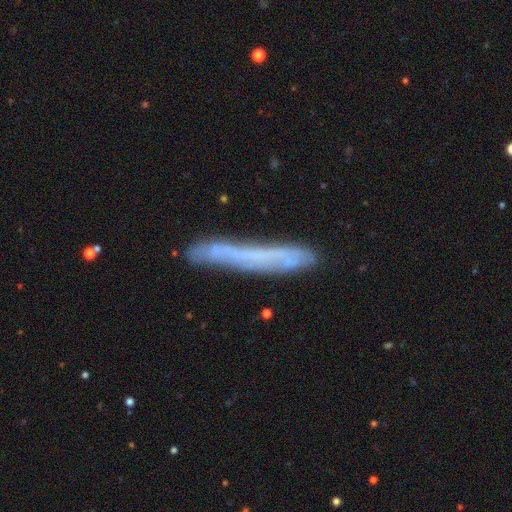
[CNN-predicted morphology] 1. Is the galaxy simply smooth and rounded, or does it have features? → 48% featured or disk, 42% smooth, 10% star or artifact.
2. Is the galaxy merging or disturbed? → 75% none, 18% minor disturbance, 5% major disturbance, 3% merger.